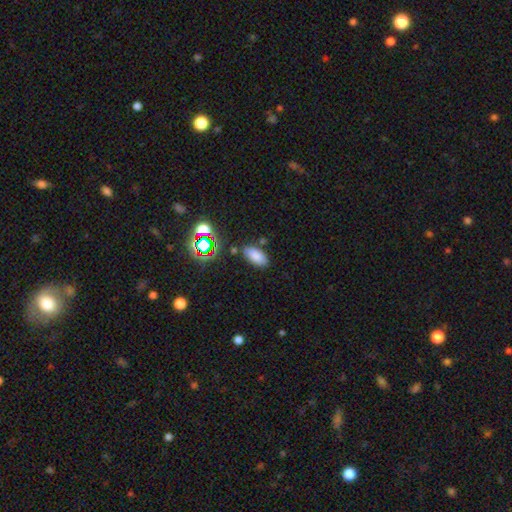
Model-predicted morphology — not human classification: type=smooth (78%); roundness=in between (90%); merging=none (81%).